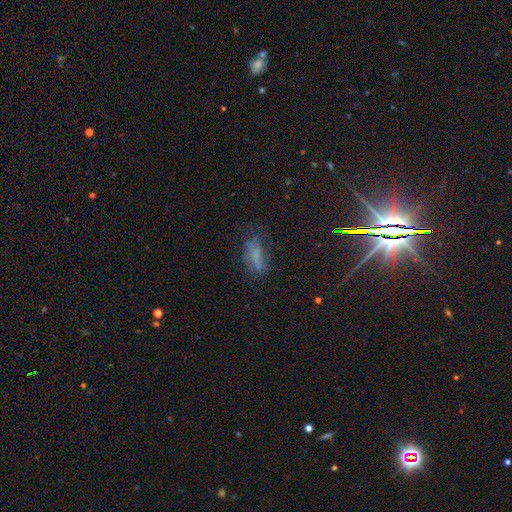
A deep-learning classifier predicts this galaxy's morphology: Smooth or featured?
  - smooth: 50% *
  - star or artifact: 26%
  - featured or disk: 24%
Merging?
  - none: 49% *
  - minor disturbance: 26%
  - major disturbance: 21%
  - merger: 4%